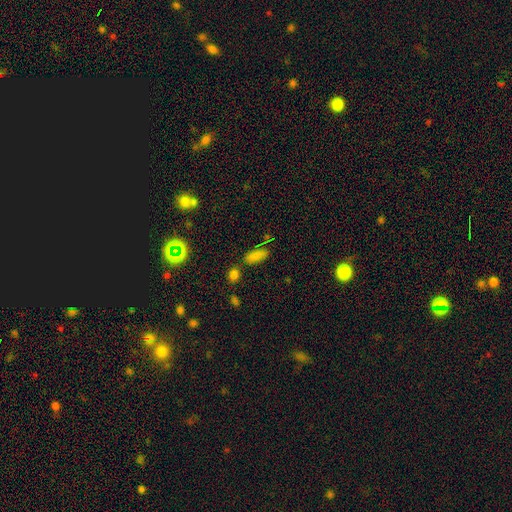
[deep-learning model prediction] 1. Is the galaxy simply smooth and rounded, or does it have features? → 80% smooth, 14% star or artifact, 6% featured or disk.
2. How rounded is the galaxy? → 75% in between, 21% cigar-shaped, 3% round.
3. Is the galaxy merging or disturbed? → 72% none, 14% minor disturbance, 9% merger, 4% major disturbance.